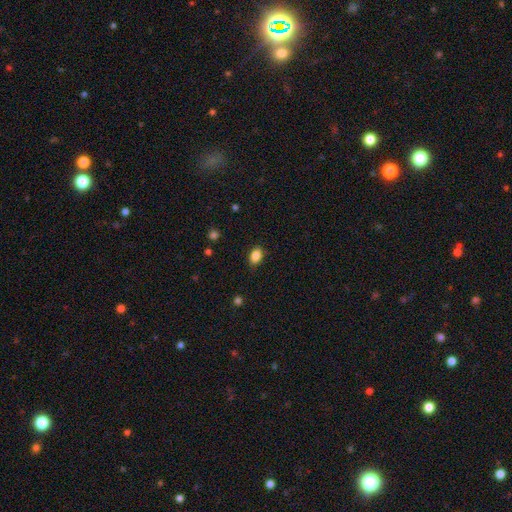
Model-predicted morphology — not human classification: smooth_or_featured: smooth (p=0.86) [alt: star or artifact p=0.09]
how_rounded: in between (p=0.85) [alt: round p=0.13]
merging: none (p=0.84) [alt: minor disturbance p=0.12]